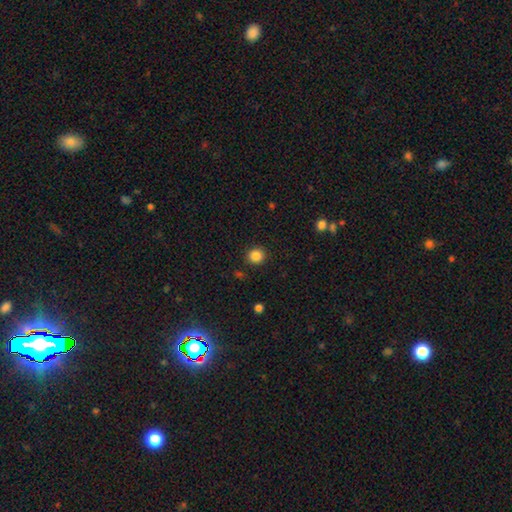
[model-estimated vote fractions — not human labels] smooth-or-featured: smooth: 85% | star or artifact: 11% | featured or disk: 4%
  how-rounded: round: 92% | in between: 7% | cigar-shaped: 1%
  merging: none: 91% | minor disturbance: 6% | major disturbance: 2% | merger: 1%